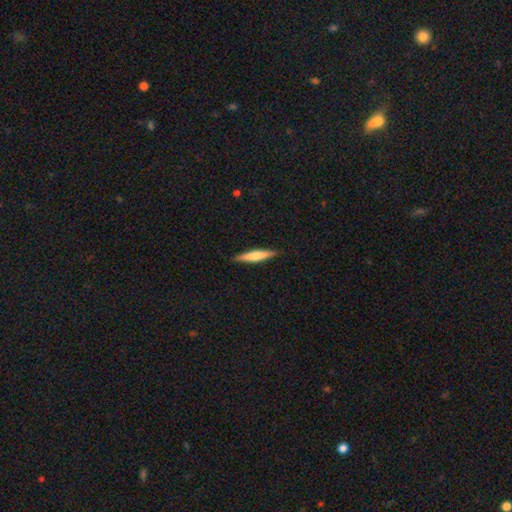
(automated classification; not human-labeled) The model was most divided on "smooth or featured": smooth: 57%, featured or disk: 38%, star or artifact: 5%. More confident: how rounded — cigar-shaped (90%); merging — none (90%).